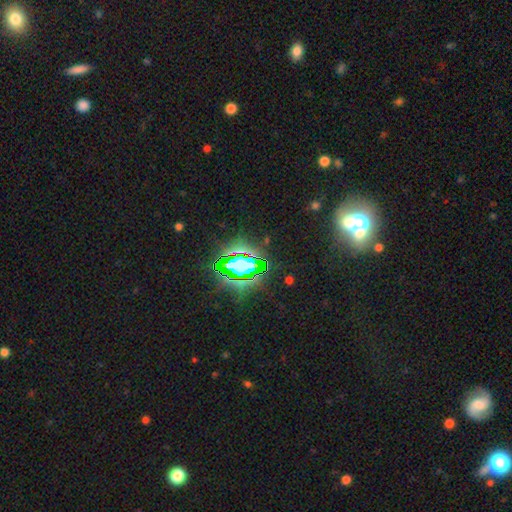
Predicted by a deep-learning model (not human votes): smooth-or-featured: star or artifact: 82% | smooth: 10% | featured or disk: 8%